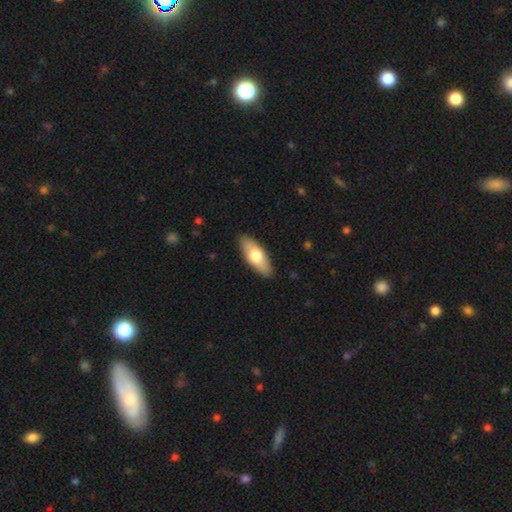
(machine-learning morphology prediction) The model was most divided on "smooth or featured": smooth: 68%, featured or disk: 27%, star or artifact: 5%. More confident: merging — none (89%); how rounded — in between (76%).